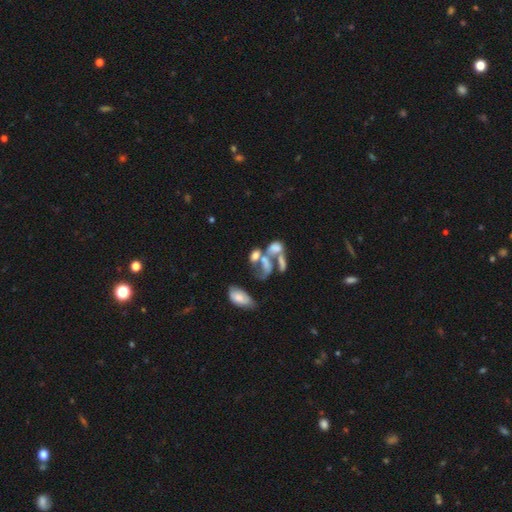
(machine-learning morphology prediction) Smooth or featured: smooth — 47% (featured or disk — 38%)
Merging: merger — 59% (major disturbance — 18%)